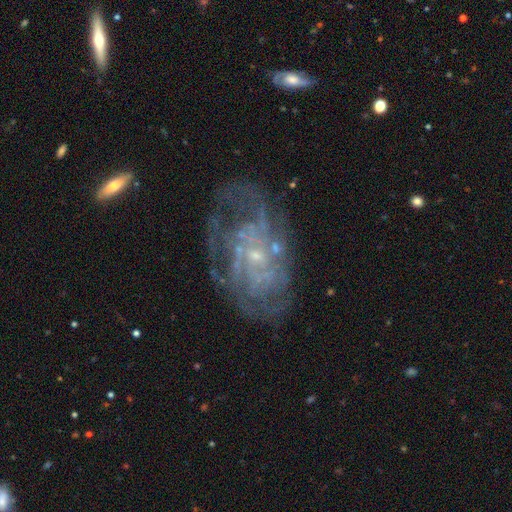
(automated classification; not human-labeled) This appears to be a featured or disk galaxy (81%) with no bar (70%), tight (55%) spiral arms (82%) and a small central bulge (78%). Merging: none (56%).